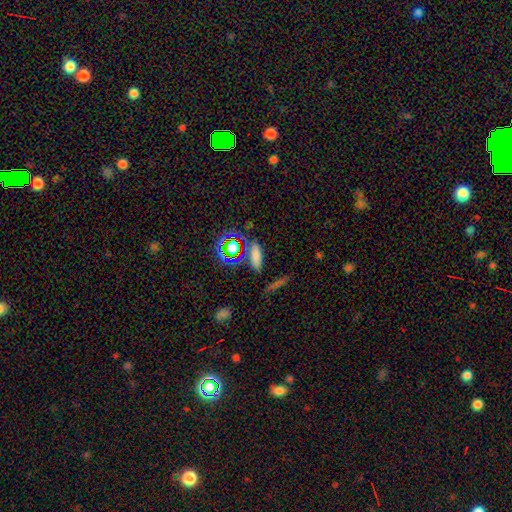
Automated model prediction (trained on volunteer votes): Morphology: type=smooth (68%); roundness=in between (54%); merging=none (76%).